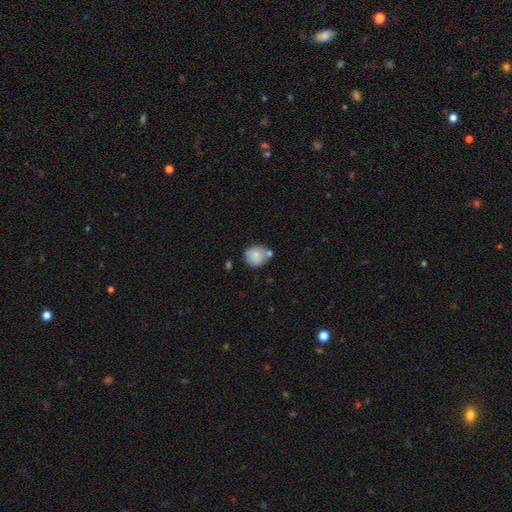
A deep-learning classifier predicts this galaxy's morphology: Smooth or featured?
  - smooth: 81% *
  - featured or disk: 11%
  - star or artifact: 8%
How rounded?
  - round: 82% *
  - in between: 17%
  - cigar-shaped: 1%
Merging?
  - none: 63% *
  - minor disturbance: 17%
  - merger: 15%
  - major disturbance: 4%